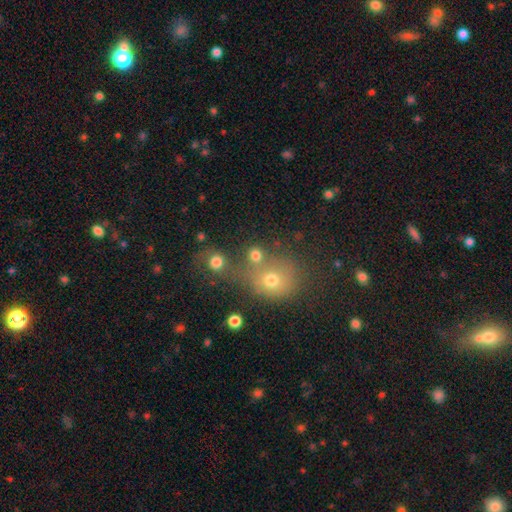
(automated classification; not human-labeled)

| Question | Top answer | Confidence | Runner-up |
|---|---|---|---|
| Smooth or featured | smooth | 74% | star or artifact (16%) |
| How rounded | round | 78% | in between (21%) |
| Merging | none | 48% | merger (37%) |